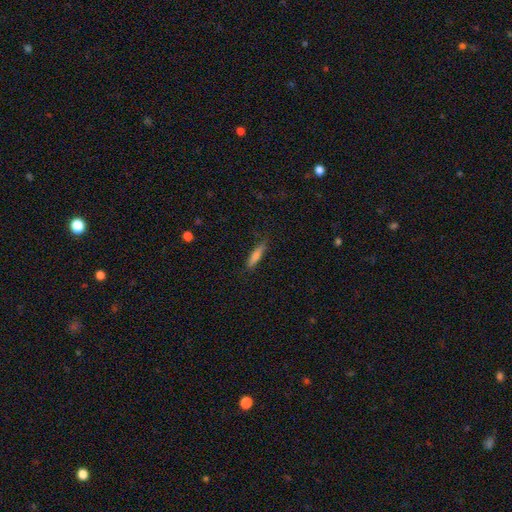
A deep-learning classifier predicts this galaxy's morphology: This is likely a smooth galaxy (71%). How rounded: clearly cigar-shaped (83%). Merging: clearly none (83%).